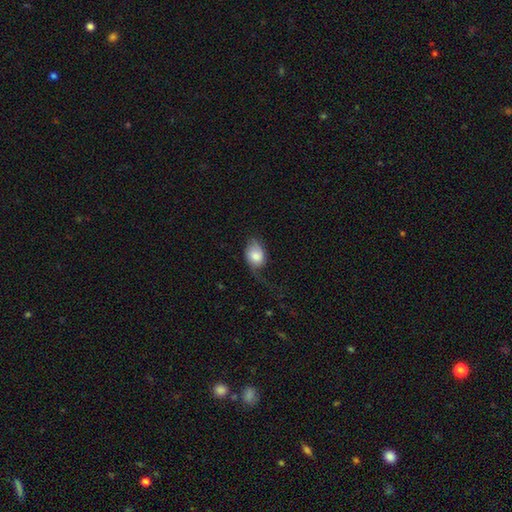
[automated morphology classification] Q: Smooth or featured?
A: smooth (65%); runner-up: featured or disk (28%)
Q: How rounded?
A: in between (74%); runner-up: round (25%)
Q: Merging?
A: major disturbance (41%); runner-up: none (29%)